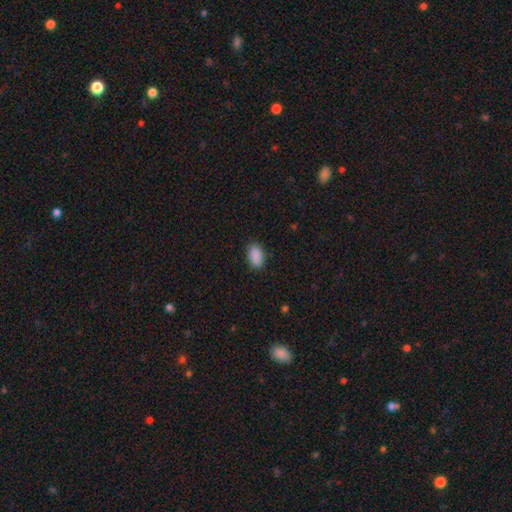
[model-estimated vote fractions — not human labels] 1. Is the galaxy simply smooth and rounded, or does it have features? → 90% smooth, 7% star or artifact, 3% featured or disk.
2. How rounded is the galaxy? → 92% in between, 6% round, 2% cigar-shaped.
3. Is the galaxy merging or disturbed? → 84% none, 12% minor disturbance, 3% major disturbance, 1% merger.